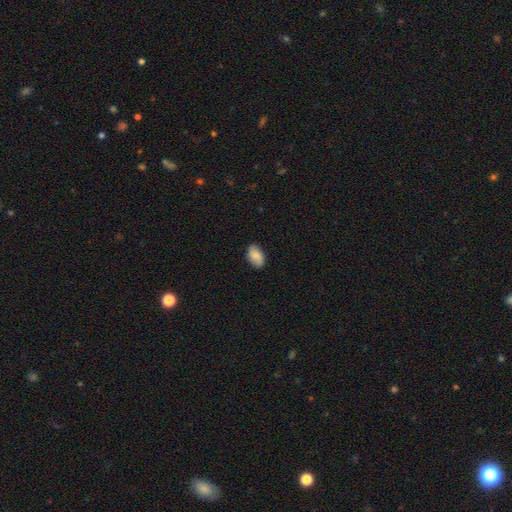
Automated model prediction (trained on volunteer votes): A smooth galaxy with no disk features (74%) that is in between round and cigar-shaped (92%). Merging: none (82%).